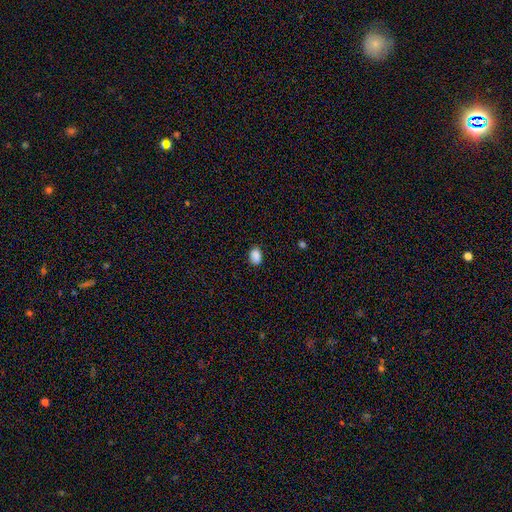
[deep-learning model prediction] A smooth galaxy with no disk features (88%) that is in between round and cigar-shaped (79%).

Vote fractions:
- Smooth or featured? smooth: 88% / star or artifact: 9% / featured or disk: 3%
- How rounded? in between: 79% / round: 20% / cigar-shaped: 1%
- Merging? none: 85% / minor disturbance: 12% / major disturbance: 3% / merger: 1%